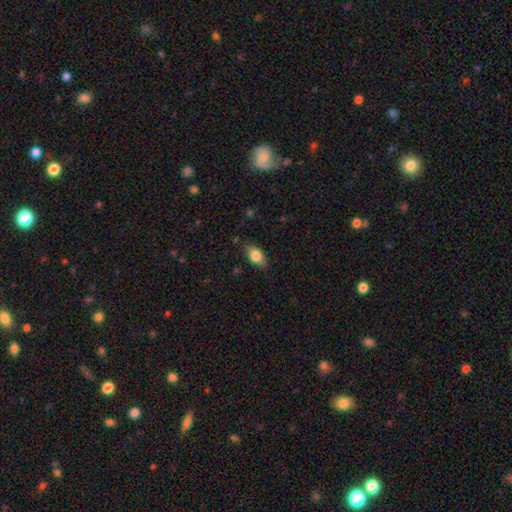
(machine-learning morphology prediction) Q: Smooth or featured?
A: smooth (79%); runner-up: featured or disk (13%)
Q: How rounded?
A: in between (86%); runner-up: round (9%)
Q: Merging?
A: none (79%); runner-up: minor disturbance (16%)